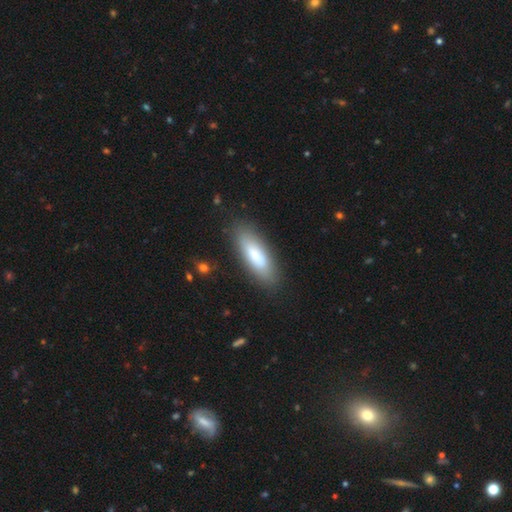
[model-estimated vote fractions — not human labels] Smooth or featured?
  - smooth: 78% *
  - featured or disk: 16%
  - star or artifact: 6%
How rounded?
  - in between: 57% *
  - cigar-shaped: 42%
  - round: 2%
Merging?
  - none: 83% *
  - minor disturbance: 11%
  - major disturbance: 3%
  - merger: 2%